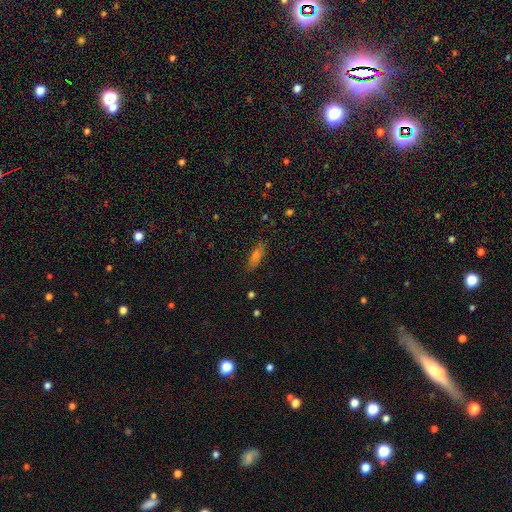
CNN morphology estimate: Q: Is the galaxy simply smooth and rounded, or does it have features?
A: smooth — 62%.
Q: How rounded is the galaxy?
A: in between — 51%.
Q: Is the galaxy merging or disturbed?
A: none — 83%.